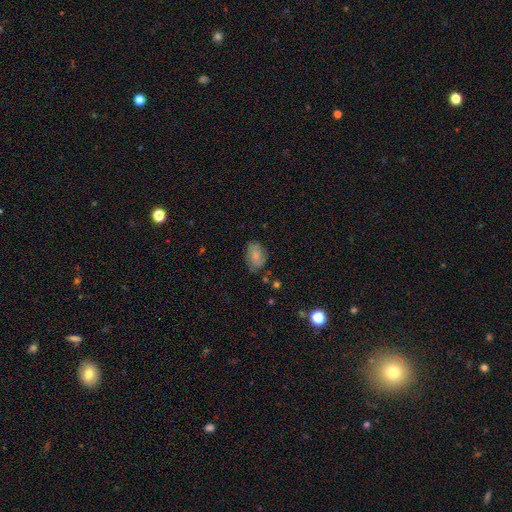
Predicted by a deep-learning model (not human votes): smooth 71%, featured or disk 22%, star or artifact 8%. Down the decision tree: how rounded — in between (83%); merging — none (67%).